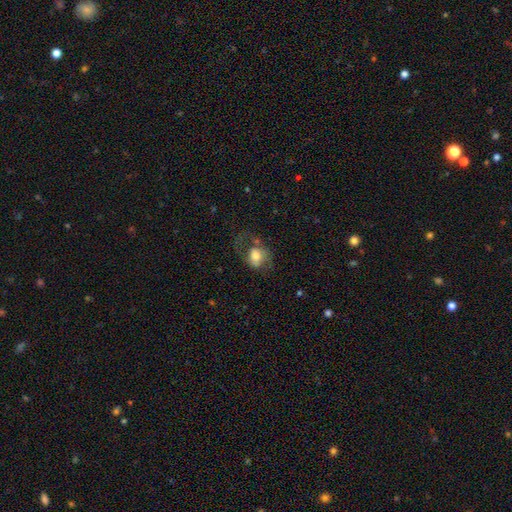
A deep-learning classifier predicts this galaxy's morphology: This appears to be a smooth galaxy with no disk features (59%) that is in between round and cigar-shaped (53%). Merging: major disturbance (37%, tied with none).